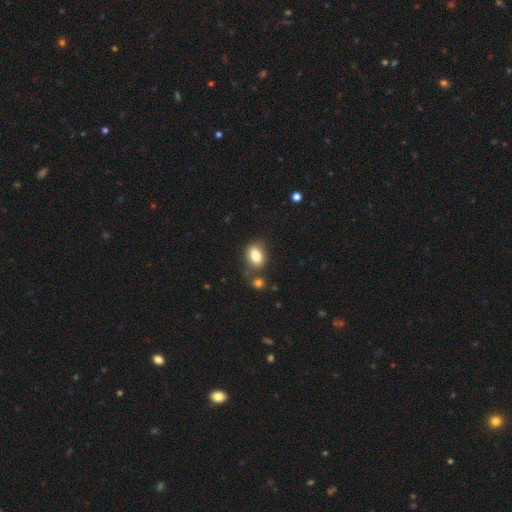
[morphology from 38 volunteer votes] smooth 82%, featured or disk 11%, star or artifact 8%. Down the decision tree: how rounded — in between (74%); merging — none (77%).